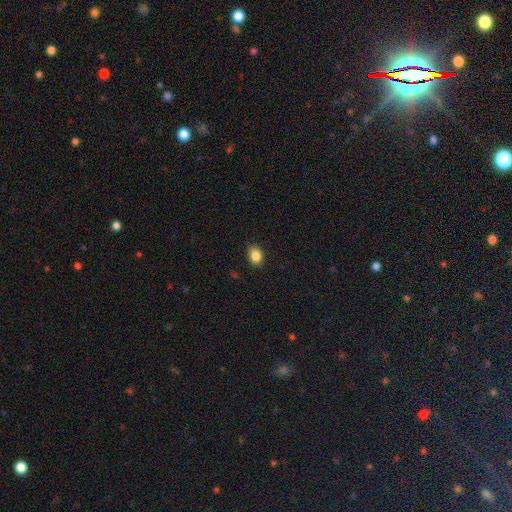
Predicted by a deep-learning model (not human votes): smooth_or_featured: smooth (p=0.86) [alt: star or artifact p=0.09]
how_rounded: in between (p=0.73) [alt: round p=0.25]
merging: none (p=0.84) [alt: minor disturbance p=0.12]